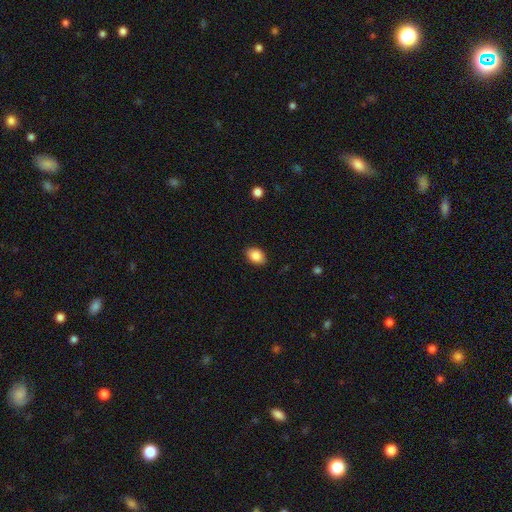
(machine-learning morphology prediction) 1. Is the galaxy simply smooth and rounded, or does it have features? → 88% smooth, 8% star or artifact, 5% featured or disk.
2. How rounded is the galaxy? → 77% in between, 22% round, 1% cigar-shaped.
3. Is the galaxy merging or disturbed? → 86% none, 11% minor disturbance, 2% major disturbance, 1% merger.